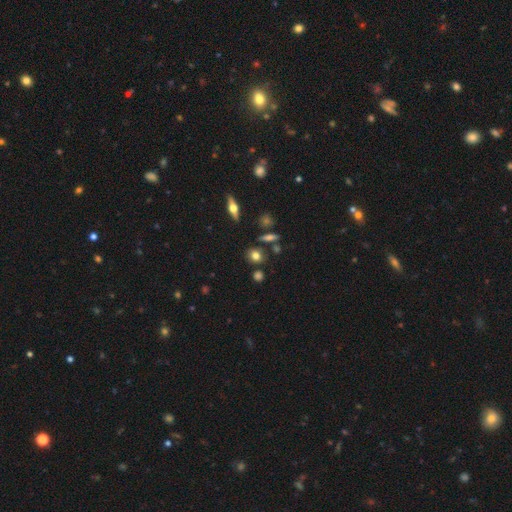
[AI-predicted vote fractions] Smooth or featured?
  - smooth: 75% *
  - featured or disk: 13%
  - star or artifact: 12%
How rounded?
  - round: 59% *
  - in between: 38%
  - cigar-shaped: 3%
Merging?
  - none: 79% *
  - minor disturbance: 11%
  - merger: 7%
  - major disturbance: 3%